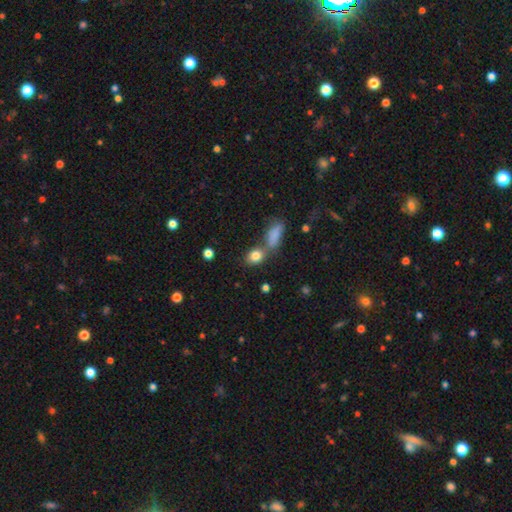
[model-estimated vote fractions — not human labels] This appears to be a smooth galaxy with no disk features (82%) that is in between round and cigar-shaped (63%). Merging: none (53%).